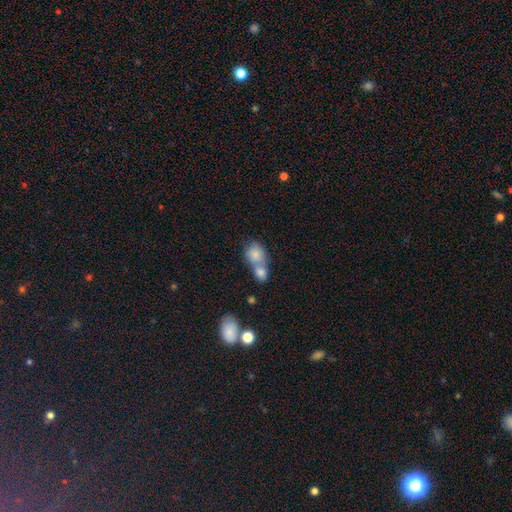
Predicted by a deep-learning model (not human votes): Q: Smooth or featured?
A: smooth (80%); runner-up: featured or disk (12%)
Q: How rounded?
A: round (52%); runner-up: in between (46%)
Q: Merging?
A: merger (69%); runner-up: none (20%)